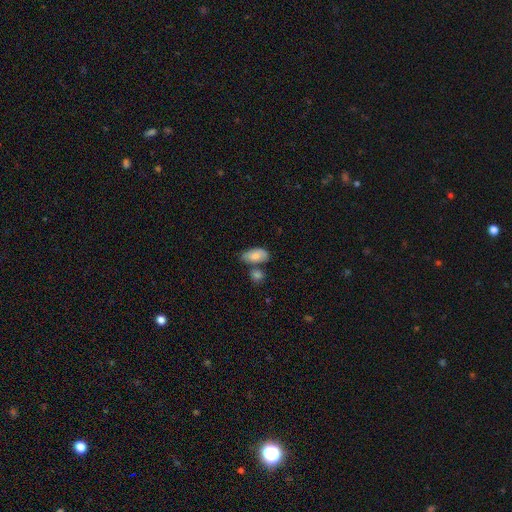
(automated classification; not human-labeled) smooth_or_featured: smooth (p=0.79) [alt: featured or disk p=0.15]
how_rounded: in between (p=0.92) [alt: round p=0.04]
merging: none (p=0.50) [alt: merger p=0.24]